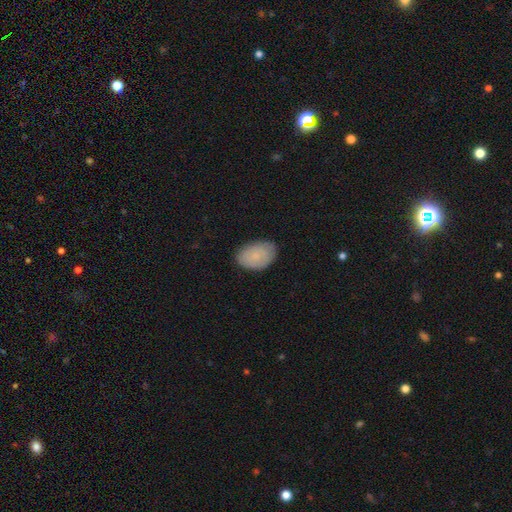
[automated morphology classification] Overall: smooth (79%). How rounded: in between (87%). Merging: none (81%).